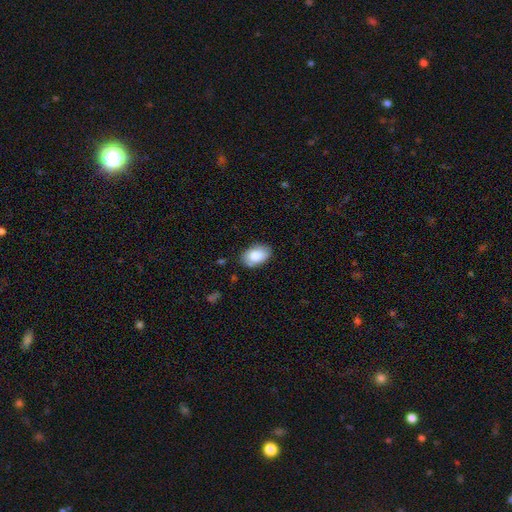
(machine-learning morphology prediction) Smooth or featured? smooth (83%)
How rounded? in between (91%)
Merging? none (81%)